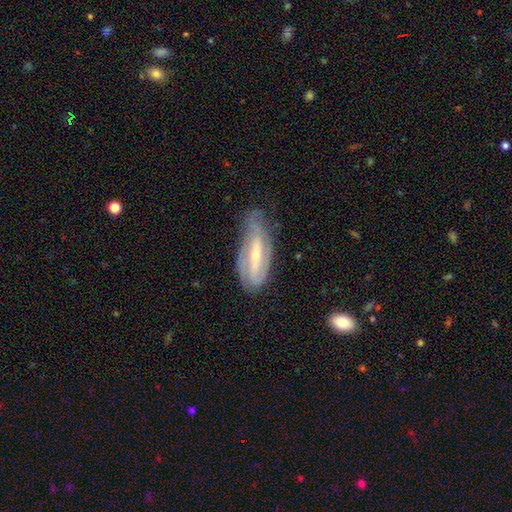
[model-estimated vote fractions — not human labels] smooth-or-featured: featured or disk: 80% | smooth: 14% | star or artifact: 6%
  disk-edge-on: no: 86% | yes: 14%
    bar: strong: 54% | weak: 28% | no: 18%
    has-spiral-arms: yes: 87% | no: 13%
      spiral-winding: tight: 47% | medium: 37% | loose: 17%
      spiral-arm-count: 2: 60% | can't tell: 25% | 3: 7% | 1: 4% | 4: 2% | more than 4: 2%
    bulge-size: small: 65% | moderate: 31% | none: 1% | large: 1% | dominant: 1%
  merging: none: 64% | minor disturbance: 26% | major disturbance: 9% | merger: 2%